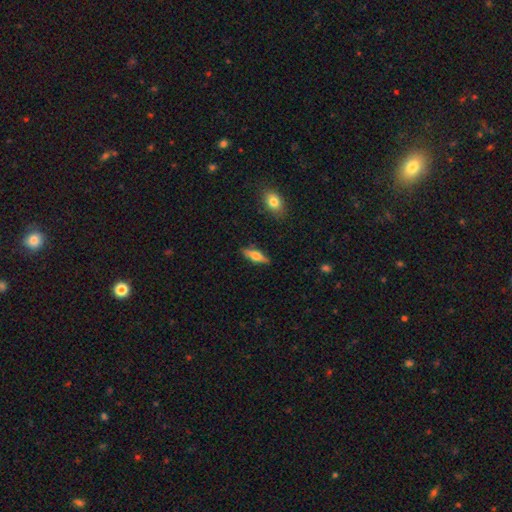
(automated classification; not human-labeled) smooth_or_featured: smooth (p=0.50) [alt: featured or disk p=0.44]
merging: none (p=0.87) [alt: minor disturbance p=0.10]